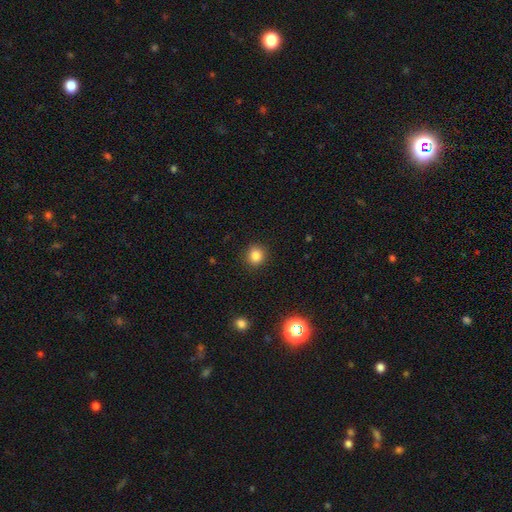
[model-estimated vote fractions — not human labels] Q: Smooth or featured?
A: smooth (84%); runner-up: star or artifact (11%)
Q: How rounded?
A: round (86%); runner-up: in between (13%)
Q: Merging?
A: none (90%); runner-up: minor disturbance (6%)